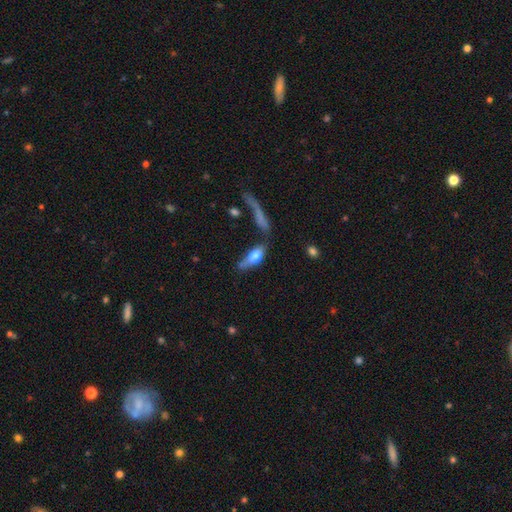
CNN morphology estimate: Smooth or featured?
  - smooth: 64% *
  - featured or disk: 29%
  - star or artifact: 7%
How rounded?
  - in between: 64% *
  - cigar-shaped: 33%
  - round: 4%
Merging?
  - none: 37% *
  - minor disturbance: 24%
  - merger: 21%
  - major disturbance: 18%